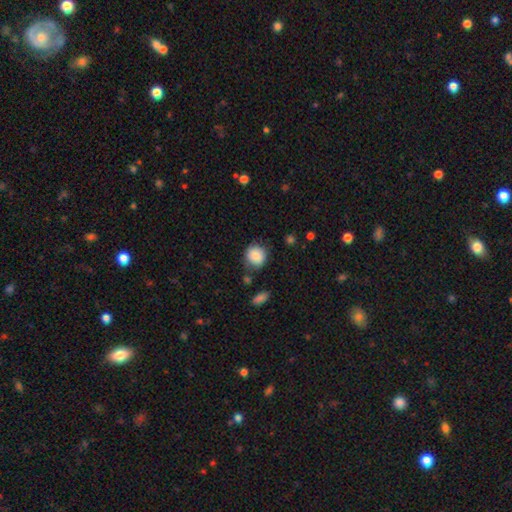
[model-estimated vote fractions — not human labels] Q: Smooth or featured?
A: smooth (85%); runner-up: star or artifact (8%)
Q: How rounded?
A: round (88%); runner-up: in between (11%)
Q: Merging?
A: none (78%); runner-up: minor disturbance (15%)